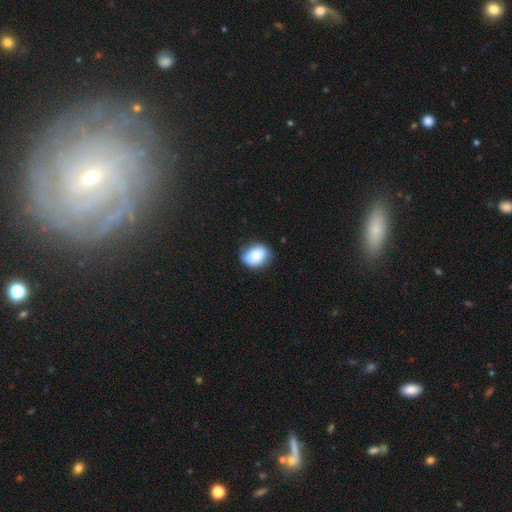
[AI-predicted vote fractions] Smooth or featured: smooth — 85% (star or artifact — 7%)
How rounded: in between — 61% (round — 38%)
Merging: none — 76% (minor disturbance — 19%)